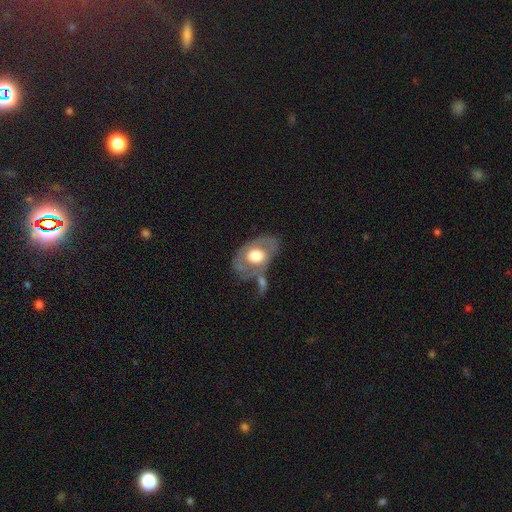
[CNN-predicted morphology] A featured or disk galaxy (55%) with no bar (84%), no spiral arms (63%) and a large central bulge (49%). Merging: none (43%).